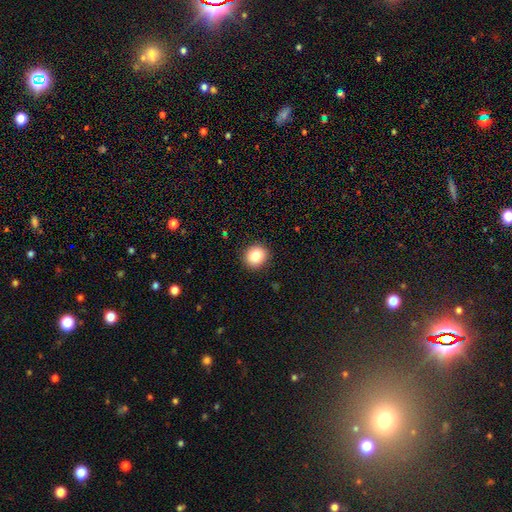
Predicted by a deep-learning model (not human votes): Smooth or featured?
  - smooth: 86% *
  - star or artifact: 9%
  - featured or disk: 5%
How rounded?
  - round: 84% *
  - in between: 15%
  - cigar-shaped: 1%
Merging?
  - none: 91% *
  - minor disturbance: 6%
  - major disturbance: 2%
  - merger: 1%